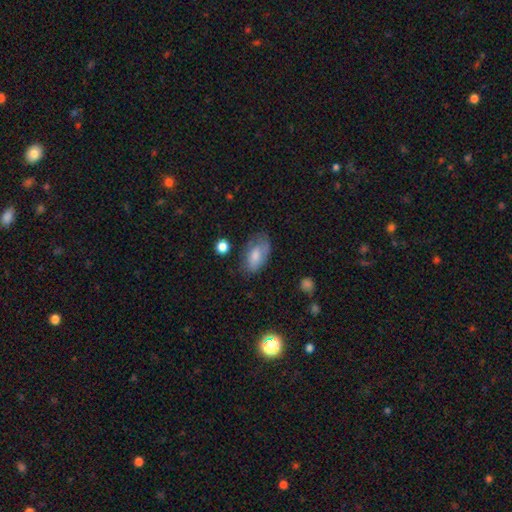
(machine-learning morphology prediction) Q: Smooth or featured?
A: smooth (71%); runner-up: featured or disk (21%)
Q: How rounded?
A: in between (91%); runner-up: round (5%)
Q: Merging?
A: none (53%); runner-up: minor disturbance (30%)